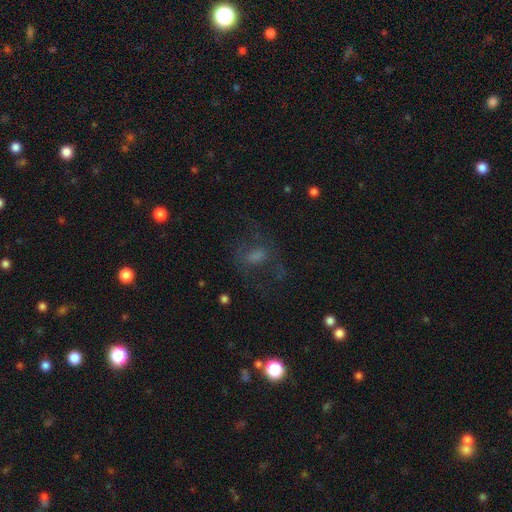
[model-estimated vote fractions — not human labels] featured or disk 43%, smooth 38%, star or artifact 19%. Down the decision tree: merging — none (51%).